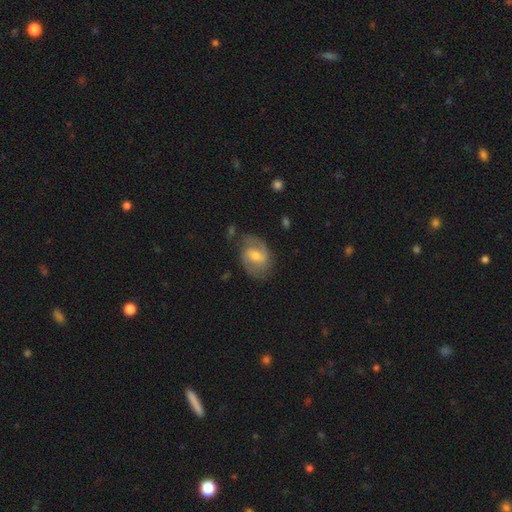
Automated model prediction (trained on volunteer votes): smooth-or-featured: featured or disk: 64% | smooth: 29% | star or artifact: 7%
  disk-edge-on: no: 96% | yes: 4%
    bar: weak: 55% | strong: 23% | no: 22%
    has-spiral-arms: yes: 85% | no: 15%
      spiral-winding: medium: 48% | loose: 31% | tight: 20%
      spiral-arm-count: 2: 83% | can't tell: 9% | 1: 4% | 3: 2% | 4: 1% | more than 4: 1%
    bulge-size: moderate: 57% | small: 34% | large: 5% | none: 2% | dominant: 1%
  merging: none: 68% | minor disturbance: 21% | major disturbance: 8% | merger: 3%